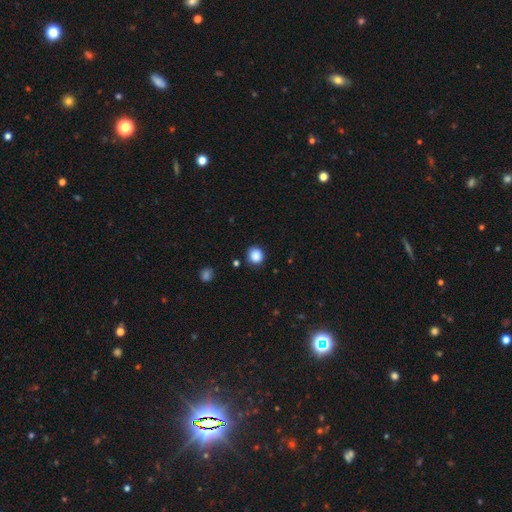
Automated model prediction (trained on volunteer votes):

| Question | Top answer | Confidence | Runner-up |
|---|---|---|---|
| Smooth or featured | smooth | 87% | star or artifact (10%) |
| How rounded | round | 86% | in between (14%) |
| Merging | none | 86% | minor disturbance (10%) |